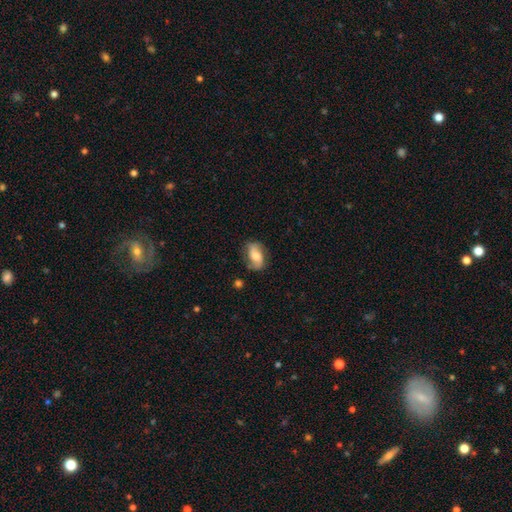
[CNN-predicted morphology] A featured or disk galaxy (47%). Merging: none (67%).